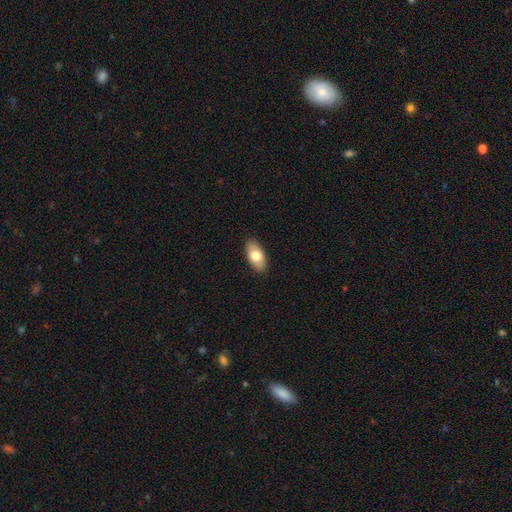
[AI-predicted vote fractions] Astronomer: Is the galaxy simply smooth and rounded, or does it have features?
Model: smooth — 76%.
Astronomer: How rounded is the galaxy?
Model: in between — 92%.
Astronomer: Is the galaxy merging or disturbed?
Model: none — 89%.